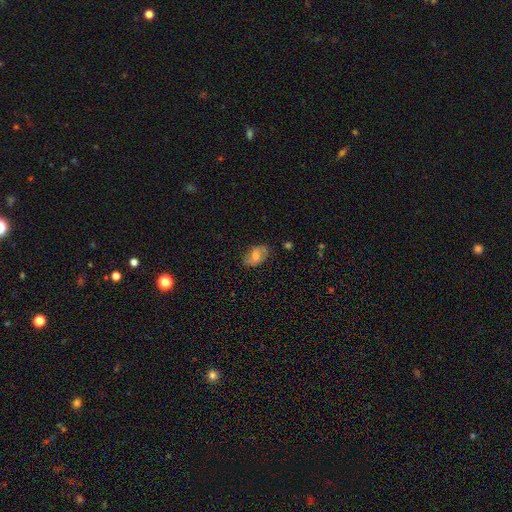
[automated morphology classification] smooth_or_featured: smooth (p=0.46) [alt: featured or disk p=0.42]
merging: none (p=0.79) [alt: minor disturbance p=0.16]